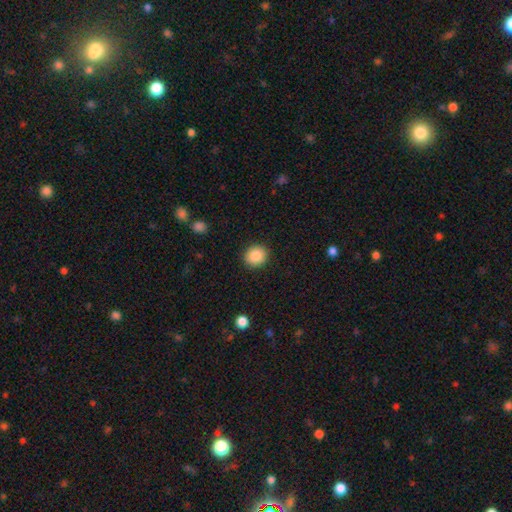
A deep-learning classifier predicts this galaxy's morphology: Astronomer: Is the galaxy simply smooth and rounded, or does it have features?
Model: smooth — 87%.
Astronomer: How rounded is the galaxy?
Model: round — 82%.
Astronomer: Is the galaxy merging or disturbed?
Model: none — 90%.